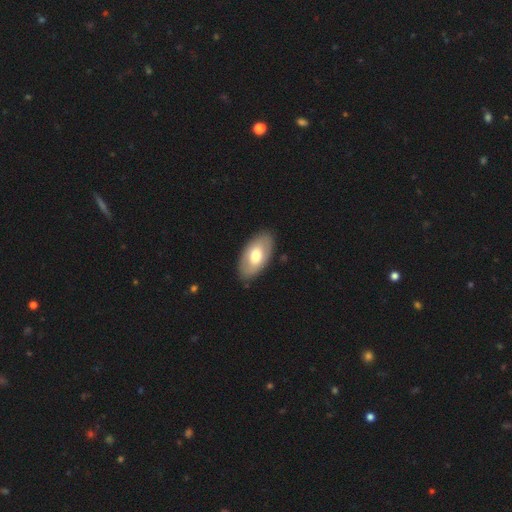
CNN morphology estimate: smooth 65%, featured or disk 30%, star or artifact 5%. Down the decision tree: how rounded — in between (94%); merging — none (86%).